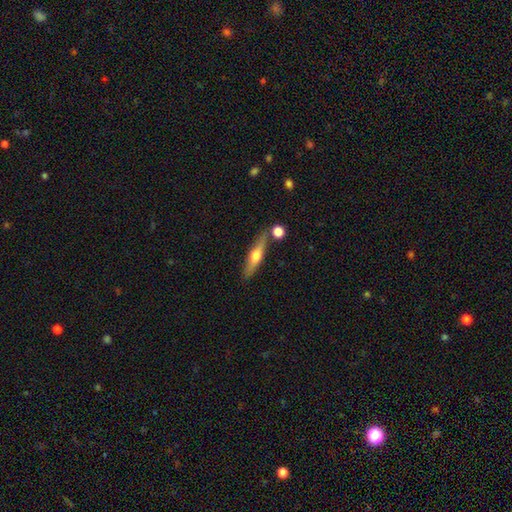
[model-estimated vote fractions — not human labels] Smooth or featured?
  - featured or disk: 54% *
  - smooth: 39%
  - star or artifact: 6%
Edge-on disk?
  - yes: 93% *
  - no: 7%
Edge-on bulge?
  - rounded: 93% *
  - none: 4%
  - boxy: 3%
Merging?
  - none: 77% *
  - minor disturbance: 11%
  - merger: 9%
  - major disturbance: 3%